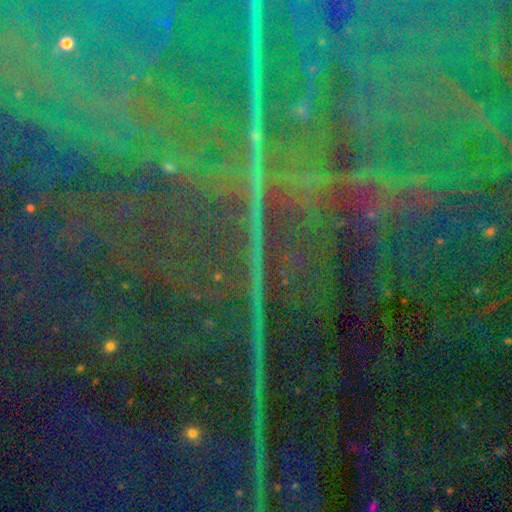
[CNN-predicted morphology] Smooth or featured?
  - star or artifact: 88% *
  - featured or disk: 7%
  - smooth: 5%